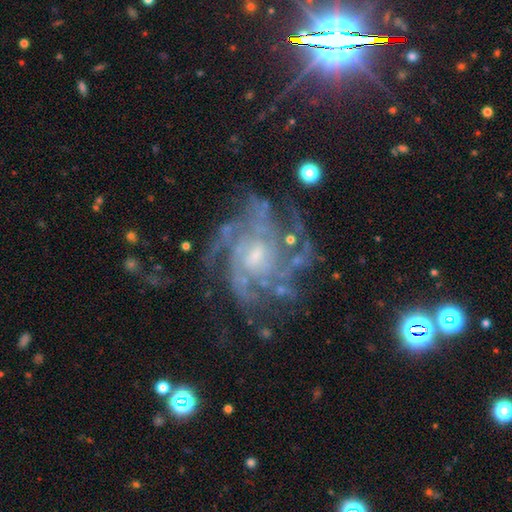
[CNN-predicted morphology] This is clearly a featured or disk galaxy (88%). It is clearly not viewed edge-on (97%). Bar: likely no (60%). Spiral arm pattern: clearly yes (97%). Spiral arm count: marginally can't tell (26%). Spiral winding: possibly tight (55%). Central bulge: possibly small (54%). Merging: likely none (68%).